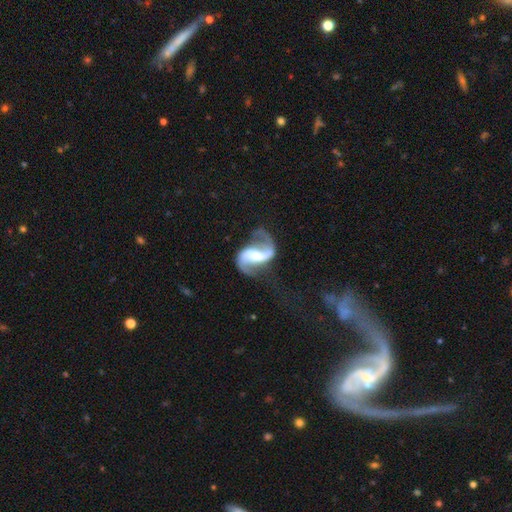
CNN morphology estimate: smooth-or-featured: featured or disk: 90% | smooth: 5% | star or artifact: 4%
  disk-edge-on: no: 98% | yes: 2%
    bar: strong: 39% | weak: 38% | no: 23%
    has-spiral-arms: yes: 97% | no: 3%
      spiral-winding: loose: 58% | medium: 35% | tight: 7%
      spiral-arm-count: 2: 93% | 1: 3% | can't tell: 2% | 3: 1% | 4: 1% | more than 4: 1%
    bulge-size: moderate: 46% | small: 26% | large: 17% | none: 8% | dominant: 3%
  merging: none: 66% | minor disturbance: 16% | major disturbance: 15% | merger: 2%